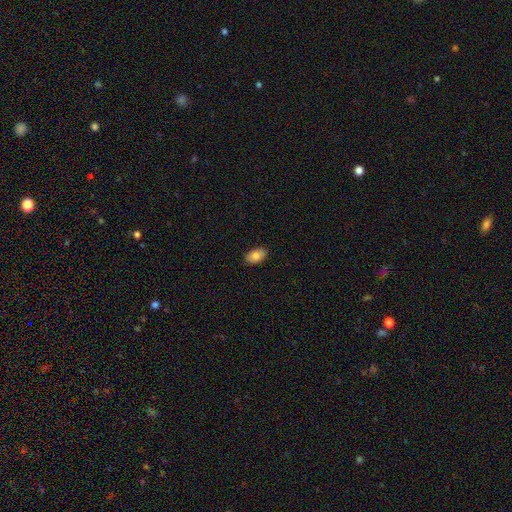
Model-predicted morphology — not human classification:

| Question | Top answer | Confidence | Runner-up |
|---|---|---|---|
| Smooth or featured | smooth | 82% | featured or disk (11%) |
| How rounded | in between | 92% | round (7%) |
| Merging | none | 88% | minor disturbance (9%) |